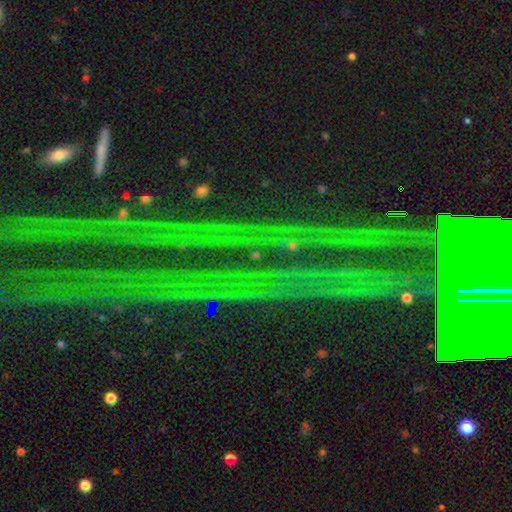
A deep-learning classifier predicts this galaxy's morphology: Q: Smooth or featured?
A: star or artifact (81%); runner-up: featured or disk (11%)